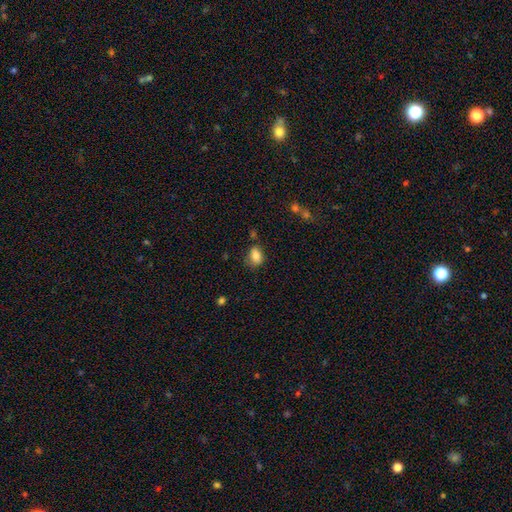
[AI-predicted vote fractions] This appears to be a smooth galaxy with no disk features (83%) that is in between round and cigar-shaped (74%). Merging: none (62%).